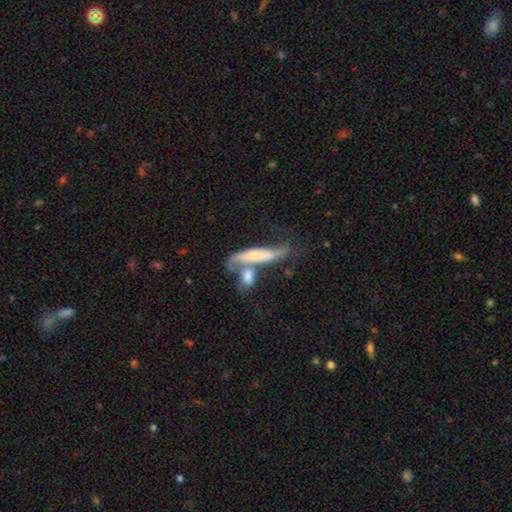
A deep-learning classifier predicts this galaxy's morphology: smooth-or-featured: featured or disk: 52% | smooth: 40% | star or artifact: 8%
  disk-edge-on: yes: 51% | no: 49%
  merging: merger: 43% | none: 28% | major disturbance: 14% | minor disturbance: 14%